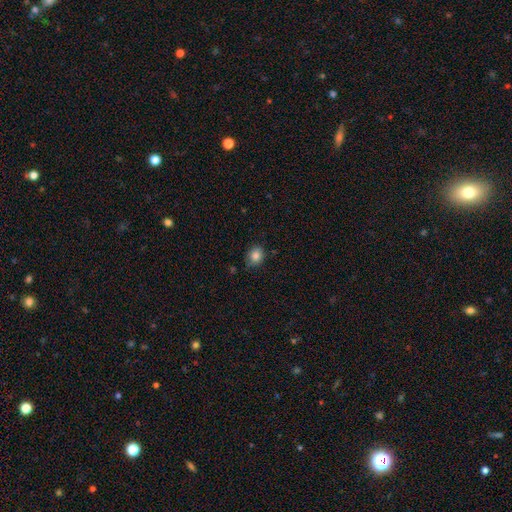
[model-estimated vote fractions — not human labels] Overall: smooth (84%). How rounded: round (67%; in between 32%). Merging: none (77%).